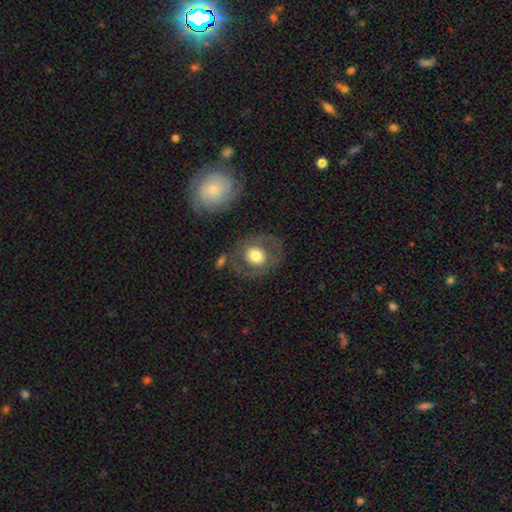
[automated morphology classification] This appears to be a smooth galaxy with no disk features (55%) that is round (72%). Merging: none (73%).